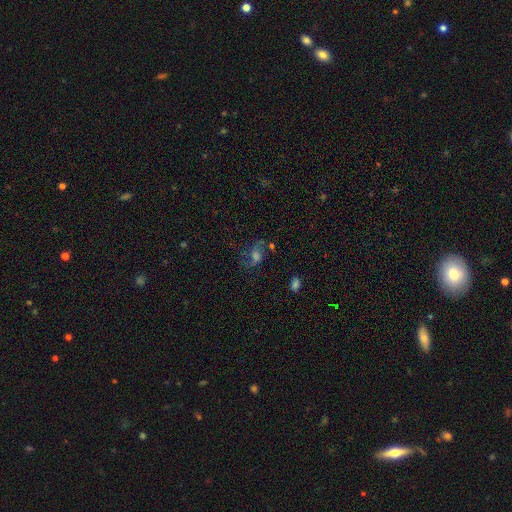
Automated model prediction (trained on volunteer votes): The model was most divided on "smooth or featured": featured or disk: 46%, smooth: 28%, star or artifact: 25%. More confident: merging — none (54%).